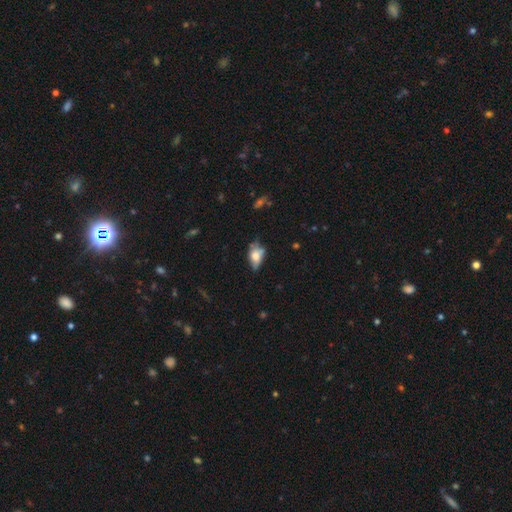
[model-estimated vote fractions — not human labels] smooth-or-featured: smooth: 58% | featured or disk: 32% | star or artifact: 10%
  how-rounded: in between: 86% | round: 8% | cigar-shaped: 6%
  merging: none: 38% | minor disturbance: 35% | major disturbance: 19% | merger: 8%